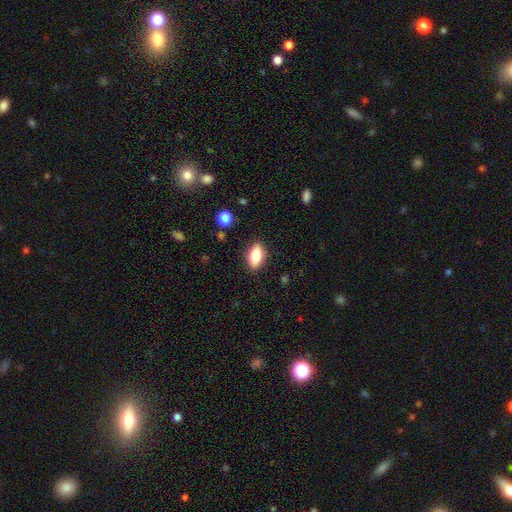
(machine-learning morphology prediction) A smooth galaxy with no disk features (75%) that is in between round and cigar-shaped (84%). Merging: none (87%).